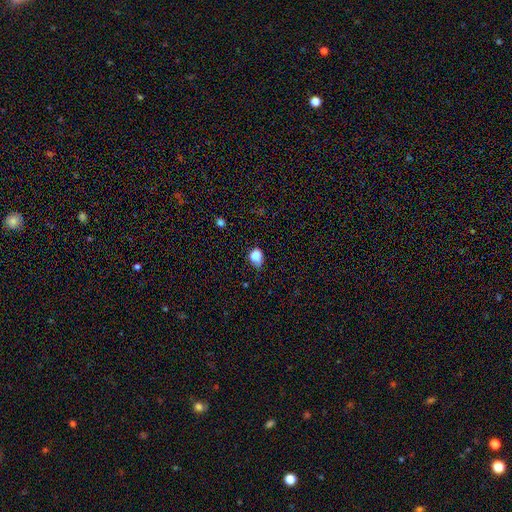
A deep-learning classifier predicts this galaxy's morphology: smooth 84%, star or artifact 10%, featured or disk 6%. Down the decision tree: how rounded — in between (52%); merging — none (45%).